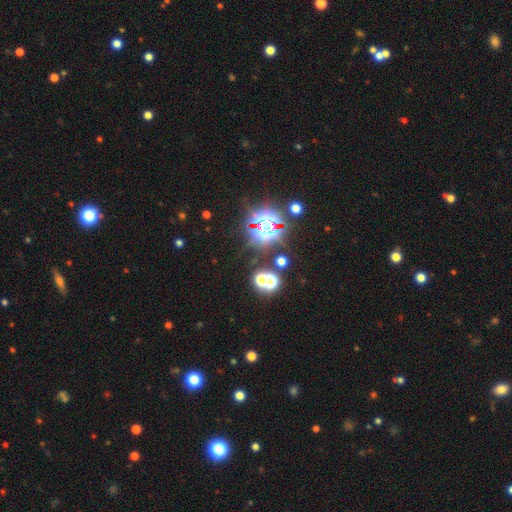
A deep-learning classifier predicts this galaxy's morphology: Smooth or featured: star or artifact — 81% (smooth — 13%)